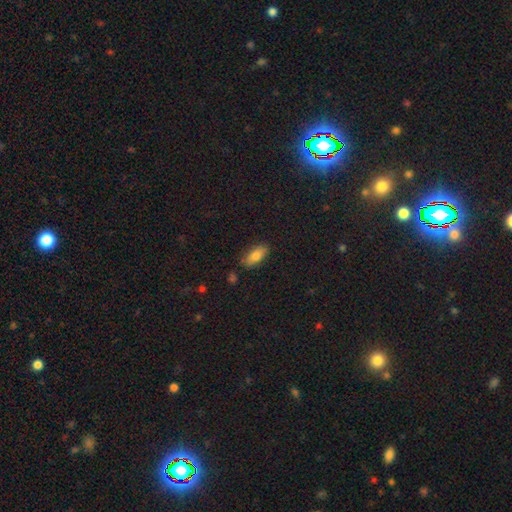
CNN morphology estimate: Smooth or featured? Predicted: smooth (p=0.81). How rounded? Predicted: in between (p=0.84). Merging? Predicted: none (p=0.83).